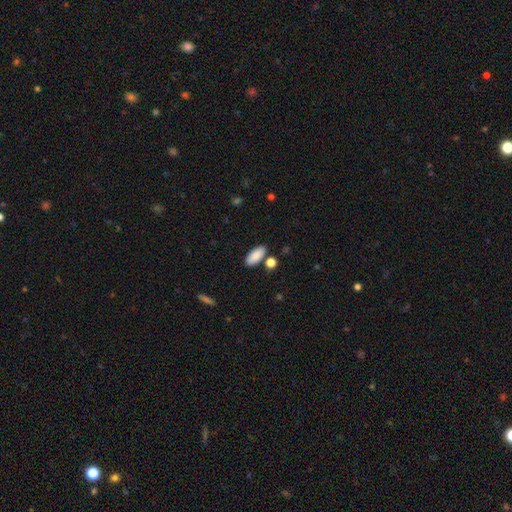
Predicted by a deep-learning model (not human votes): smooth_or_featured: smooth (p=0.89) [alt: star or artifact p=0.06]
how_rounded: in between (p=0.86) [alt: cigar-shaped p=0.11]
merging: none (p=0.80) [alt: minor disturbance p=0.10]